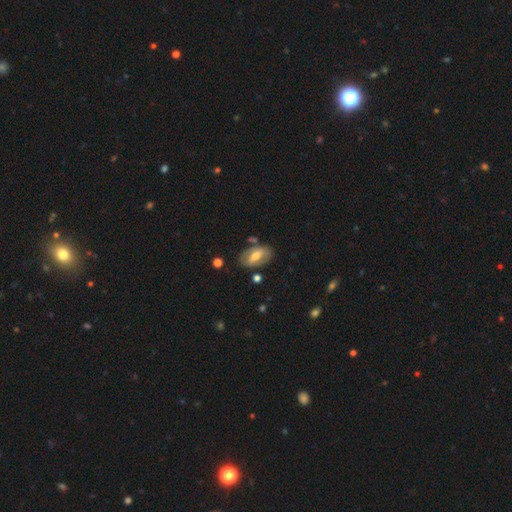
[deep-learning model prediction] smooth_or_featured: featured or disk (p=0.50) [alt: smooth p=0.43]
disk_edge_on: no (p=0.86) [alt: yes p=0.14]
merging: none (p=0.72) [alt: minor disturbance p=0.17]